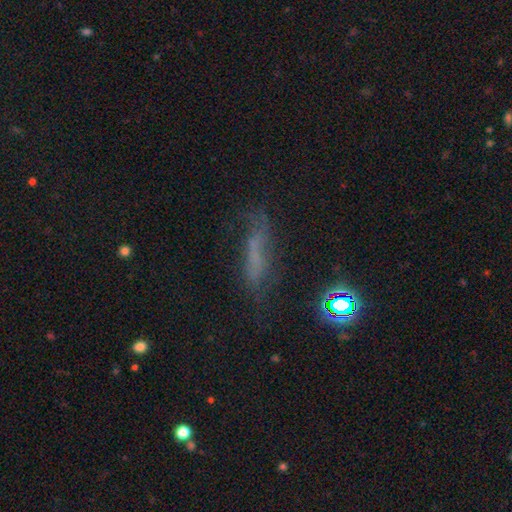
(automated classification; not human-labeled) smooth 44%, featured or disk 32%, star or artifact 24%. Down the decision tree: merging — none (55%).